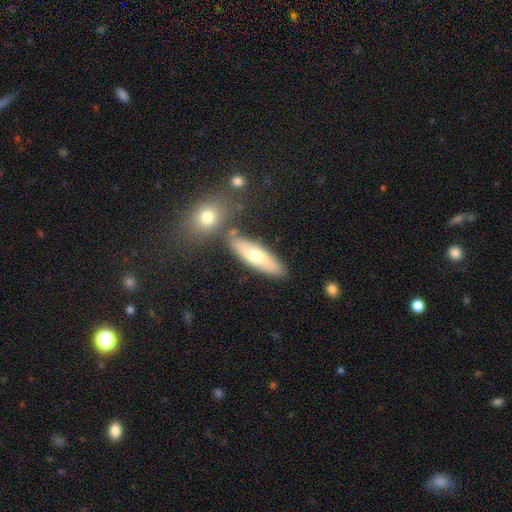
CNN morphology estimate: Smooth or featured? Predicted: smooth (p=0.61). How rounded? Predicted: cigar-shaped (p=0.49). Merging? Predicted: none (p=0.77).